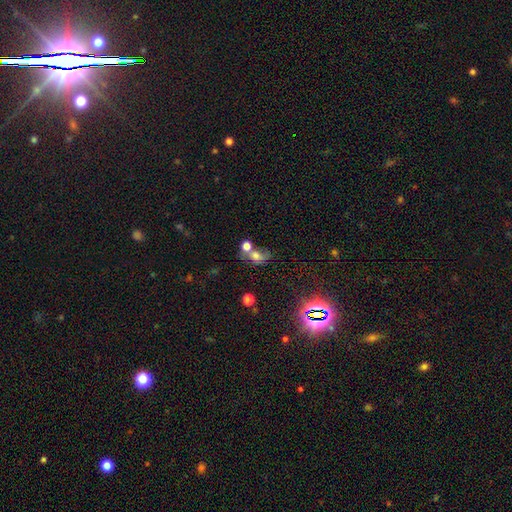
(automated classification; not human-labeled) A smooth galaxy with no disk features (55%) that is in between round and cigar-shaped (49%, tied with round). Merging: merger (50%).